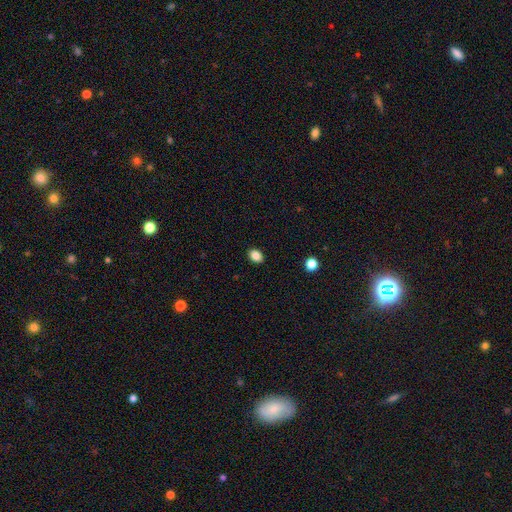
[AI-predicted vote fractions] smooth 86%, star or artifact 10%, featured or disk 4%. Down the decision tree: how rounded — in between (68%); merging — none (90%).